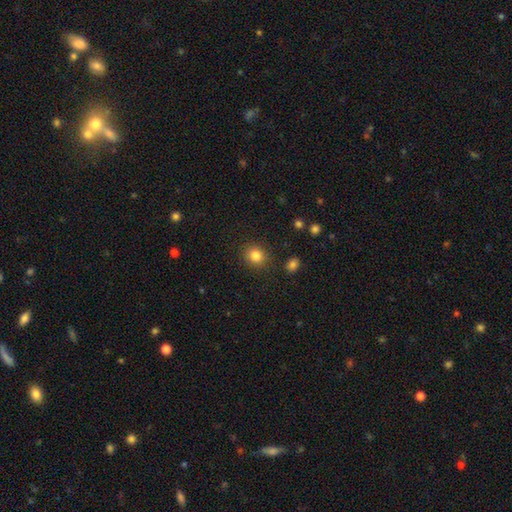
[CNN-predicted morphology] A smooth galaxy with no disk features (84%) that is round (76%). Merging: none (89%).